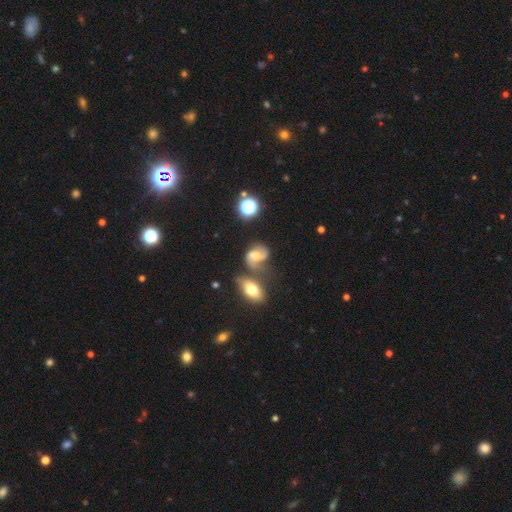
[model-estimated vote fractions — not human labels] Q: Smooth or featured?
A: featured or disk (69%); runner-up: smooth (19%)
Q: Edge-on disk?
A: no (97%); runner-up: yes (3%)
Q: Bar?
A: weak (46%); runner-up: no (34%)
Q: Spiral arms?
A: yes (91%); runner-up: no (9%)
Q: Spiral winding?
A: medium (47%); runner-up: loose (41%)
Q: Spiral arm count?
A: 2 (90%); runner-up: can't tell (4%)
Q: Bulge size?
A: moderate (60%); runner-up: small (23%)
Q: Merging?
A: none (50%); runner-up: merger (26%)